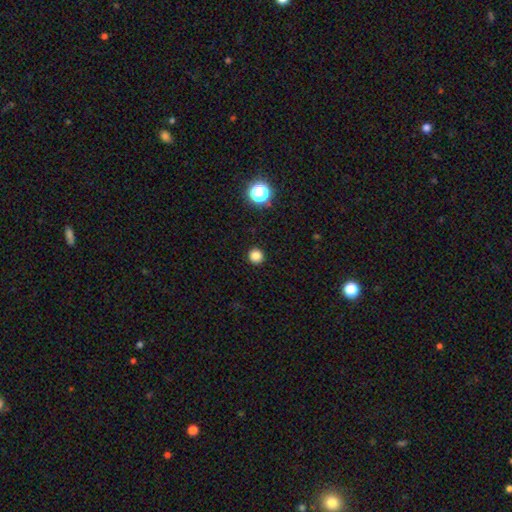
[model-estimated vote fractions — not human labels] Smooth or featured? Predicted: smooth (p=0.84). How rounded? Predicted: round (p=0.96). Merging? Predicted: none (p=0.93).